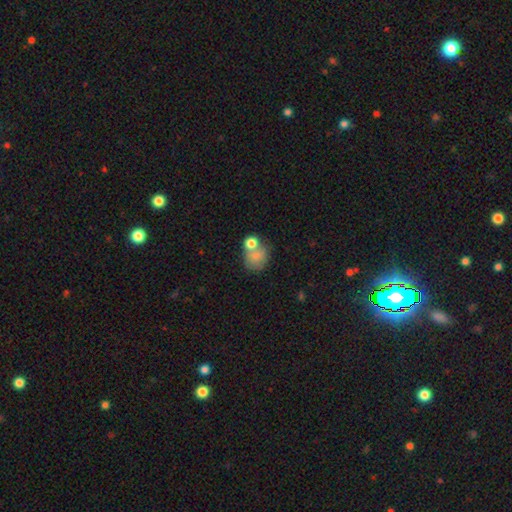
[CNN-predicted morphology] This appears to be a smooth galaxy with no disk features (75%) that is round (72%). Merging: none (41%, tied with merger).